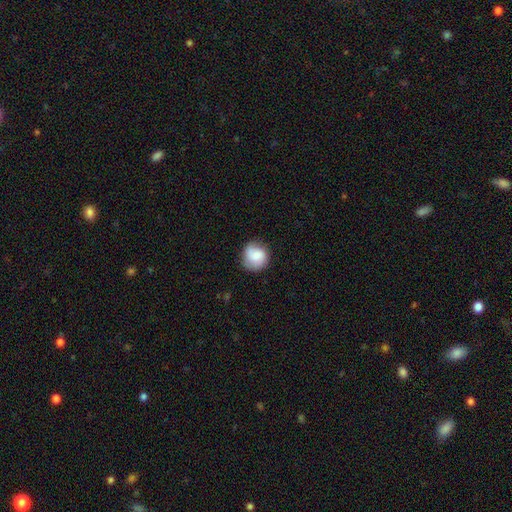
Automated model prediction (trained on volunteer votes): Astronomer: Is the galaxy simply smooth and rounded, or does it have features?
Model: smooth — 76%.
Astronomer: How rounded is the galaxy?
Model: round — 88%.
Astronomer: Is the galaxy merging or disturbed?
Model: none — 73%.